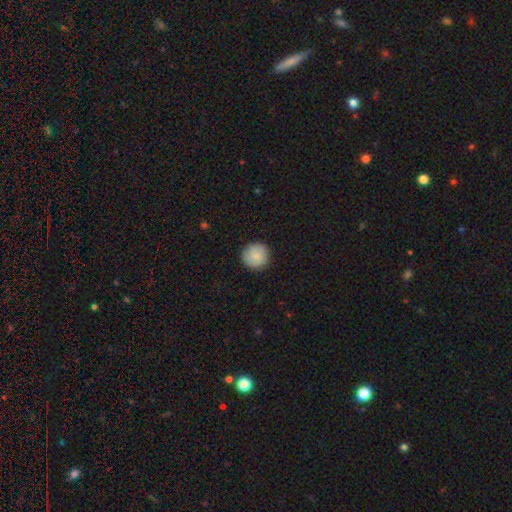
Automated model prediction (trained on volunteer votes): This appears to be a smooth galaxy with no disk features (87%) that is round (96%). Merging: none (91%).